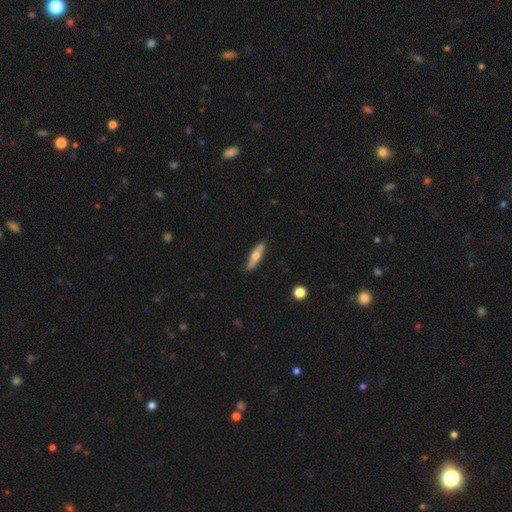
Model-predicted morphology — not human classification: A smooth galaxy with no disk features (55%) that is cigar-shaped (76%).

Vote fractions:
- Smooth or featured? smooth: 55% / featured or disk: 39% / star or artifact: 6%
- How rounded? cigar-shaped: 76% / in between: 22% / round: 2%
- Merging? none: 86% / minor disturbance: 11% / major disturbance: 2% / merger: 1%